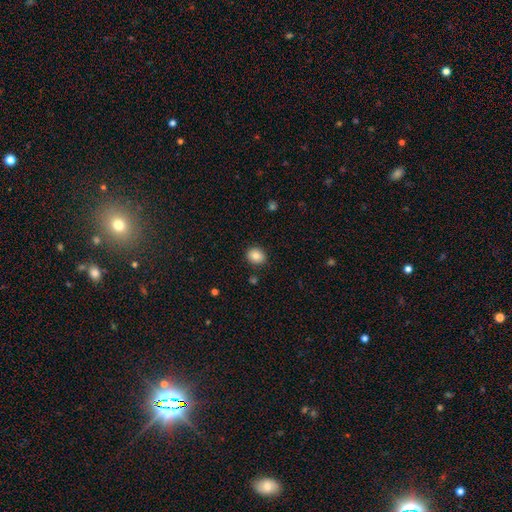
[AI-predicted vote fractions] Smooth or featured?
  - smooth: 84% *
  - star or artifact: 9%
  - featured or disk: 7%
How rounded?
  - round: 66% *
  - in between: 33%
  - cigar-shaped: 1%
Merging?
  - none: 89% *
  - minor disturbance: 8%
  - major disturbance: 2%
  - merger: 1%